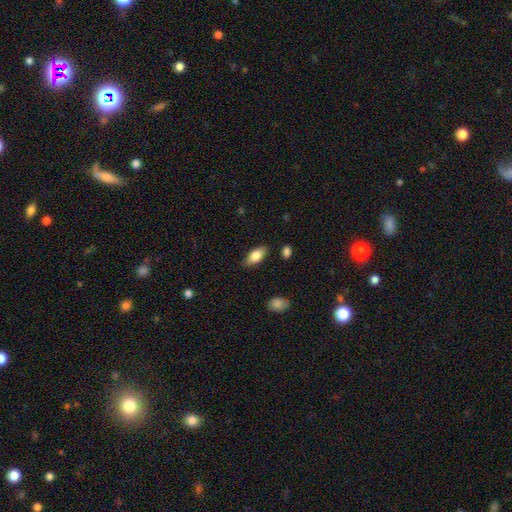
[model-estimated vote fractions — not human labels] Smooth or featured? Predicted: smooth (p=0.78). How rounded? Predicted: in between (p=0.86). Merging? Predicted: none (p=0.83).